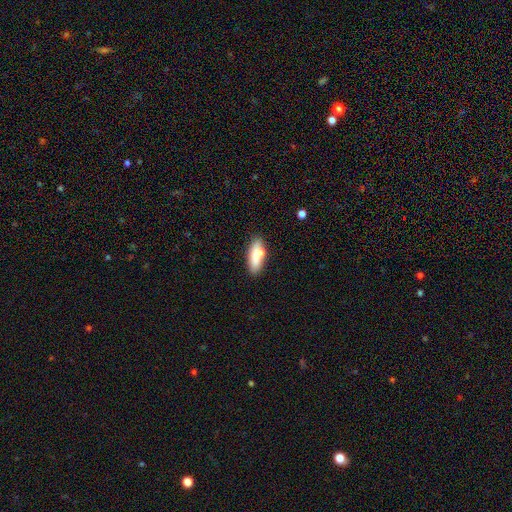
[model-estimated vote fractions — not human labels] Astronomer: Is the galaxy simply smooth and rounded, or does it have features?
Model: smooth — 75%.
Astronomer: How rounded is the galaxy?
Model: in between — 65%.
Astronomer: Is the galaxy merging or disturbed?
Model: none — 68%.